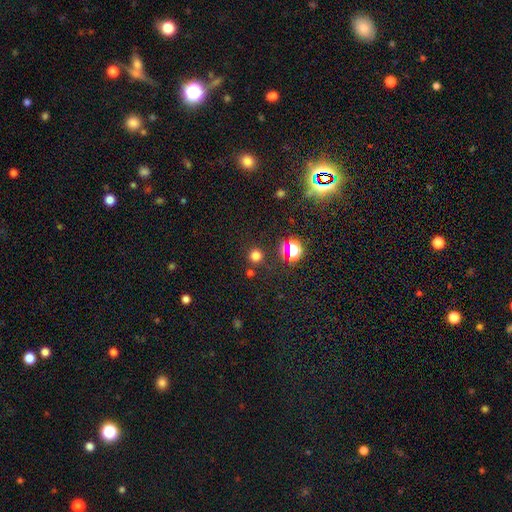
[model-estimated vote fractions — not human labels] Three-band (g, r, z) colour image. It shows a smooth galaxy with no disk features (70%) that is round (94%). Merging: none (84%).